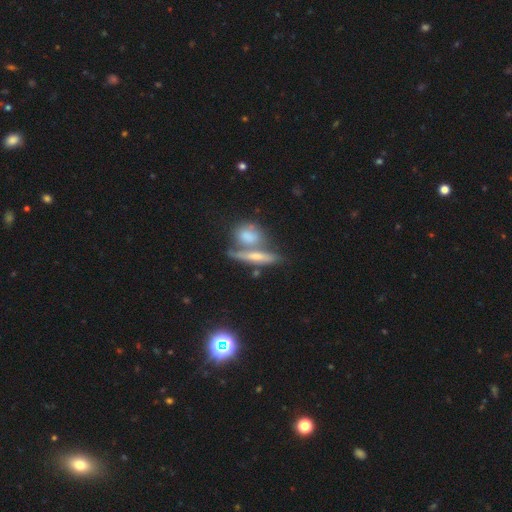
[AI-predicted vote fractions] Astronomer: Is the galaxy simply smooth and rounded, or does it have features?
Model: featured or disk — 37% (runner-up: star or artifact, 32%).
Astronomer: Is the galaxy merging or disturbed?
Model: merger — 44% (runner-up: none, 36%).